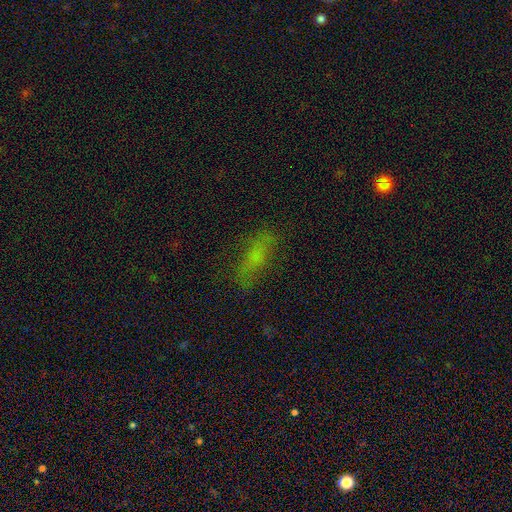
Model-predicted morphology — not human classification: The model was most divided on "how rounded": in between: 56%, cigar-shaped: 39%, round: 4%. More confident: merging — none (72%); smooth or featured — smooth (60%).